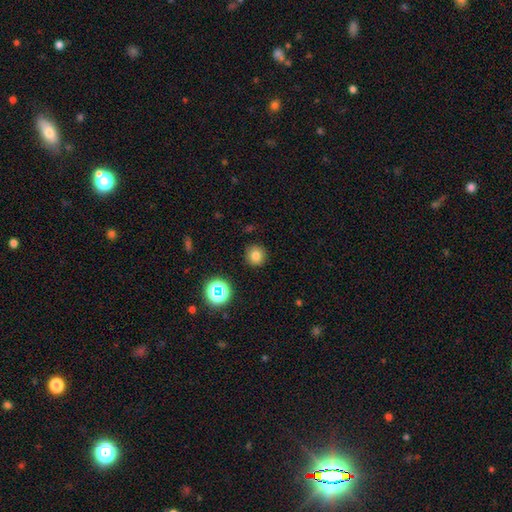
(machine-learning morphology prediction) A smooth galaxy with no disk features (77%) that is round (94%).

Vote fractions:
- Smooth or featured? smooth: 77% / star or artifact: 16% / featured or disk: 7%
- How rounded? round: 94% / in between: 5% / cigar-shaped: 1%
- Merging? none: 90% / minor disturbance: 6% / major disturbance: 2% / merger: 1%